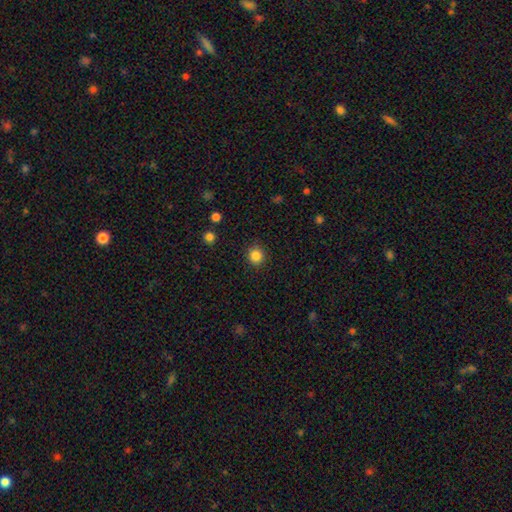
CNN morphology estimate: Overall: smooth (85%). How rounded: round (91%). Merging: none (90%).